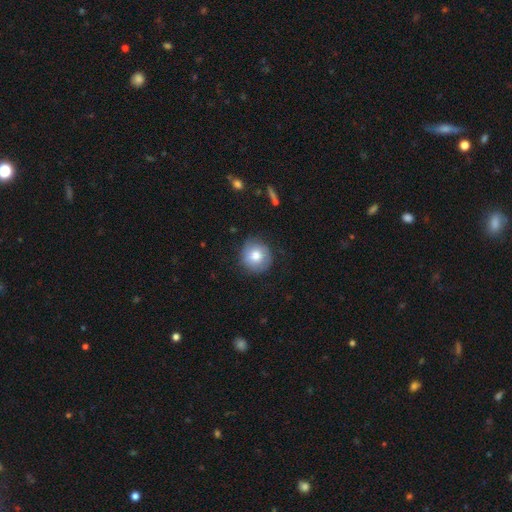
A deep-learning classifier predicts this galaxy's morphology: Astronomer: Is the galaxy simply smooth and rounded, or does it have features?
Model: smooth — 73%.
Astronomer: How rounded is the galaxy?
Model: round — 92%.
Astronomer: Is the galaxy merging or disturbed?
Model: none — 80%.